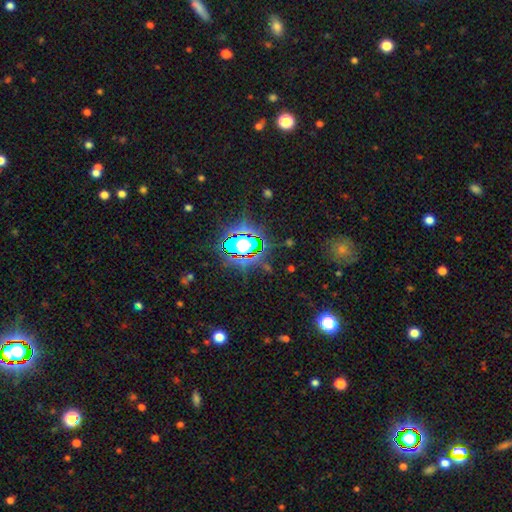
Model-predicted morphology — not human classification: star or artifact 81%, smooth 11%, featured or disk 8%.